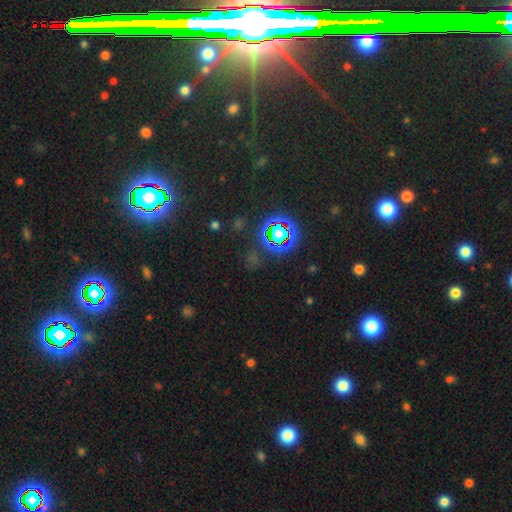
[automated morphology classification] Smooth or featured? star or artifact (75%)